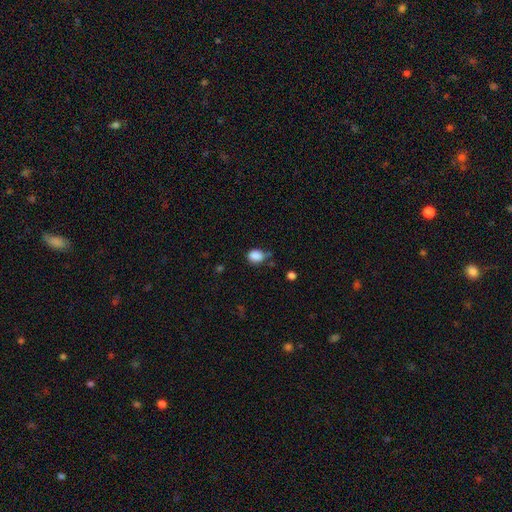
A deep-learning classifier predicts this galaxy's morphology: smooth 86%, star or artifact 10%, featured or disk 4%. Down the decision tree: how rounded — round (55%); merging — none (58%).